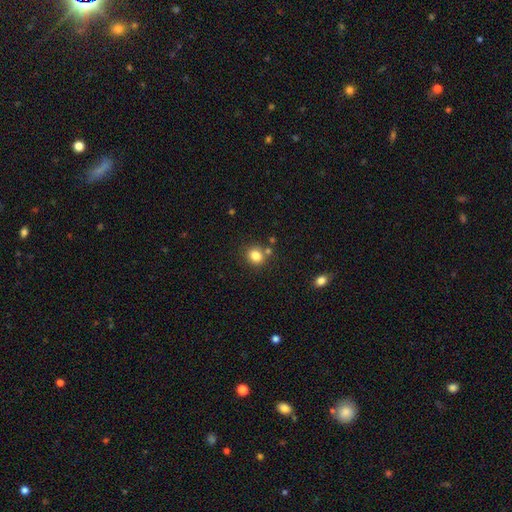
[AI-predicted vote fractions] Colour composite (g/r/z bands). It shows a smooth galaxy with no disk features (83%) that is round (72%). Merging: none (74%).